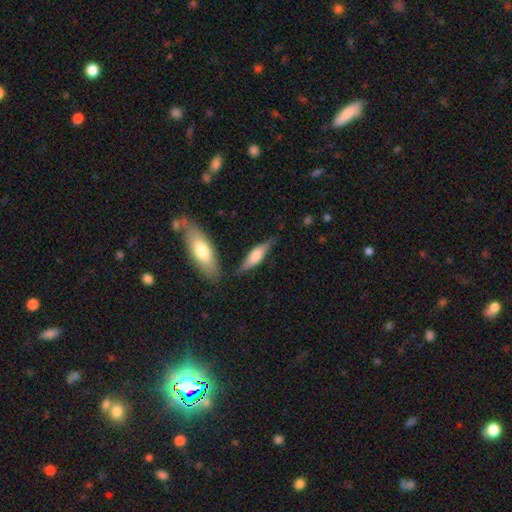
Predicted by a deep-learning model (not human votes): Smooth or featured?
  - smooth: 61% *
  - featured or disk: 33%
  - star or artifact: 6%
How rounded?
  - cigar-shaped: 59% *
  - in between: 39%
  - round: 2%
Merging?
  - none: 71% *
  - minor disturbance: 18%
  - merger: 6%
  - major disturbance: 4%